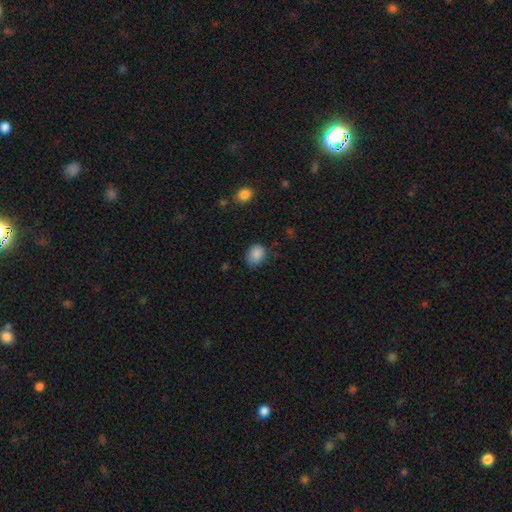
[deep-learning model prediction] Smooth or featured?
  - smooth: 86% *
  - star or artifact: 9%
  - featured or disk: 5%
How rounded?
  - round: 52% *
  - in between: 47%
  - cigar-shaped: 1%
Merging?
  - none: 67% *
  - minor disturbance: 26%
  - major disturbance: 5%
  - merger: 2%